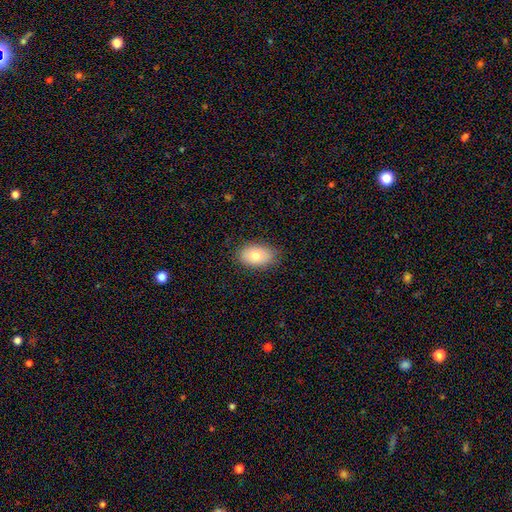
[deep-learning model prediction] A smooth galaxy with no disk features (77%) that is in between round and cigar-shaped (89%).

Vote fractions:
- Smooth or featured? smooth: 77% / featured or disk: 15% / star or artifact: 8%
- How rounded? in between: 89% / round: 9% / cigar-shaped: 1%
- Merging? none: 85% / minor disturbance: 11% / major disturbance: 2% / merger: 1%